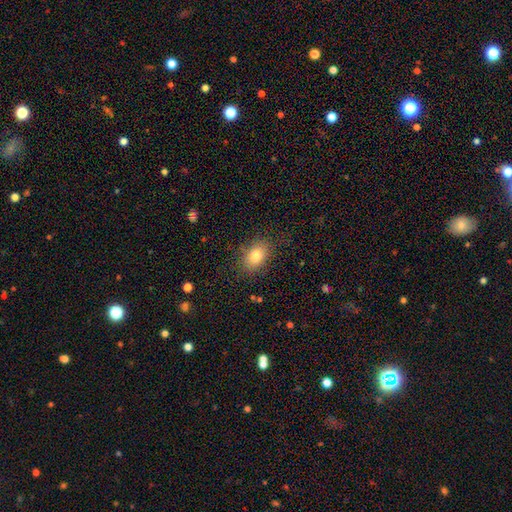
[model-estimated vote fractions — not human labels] A smooth galaxy with no disk features (80%) that is in between round and cigar-shaped (81%). Merging: none (83%).